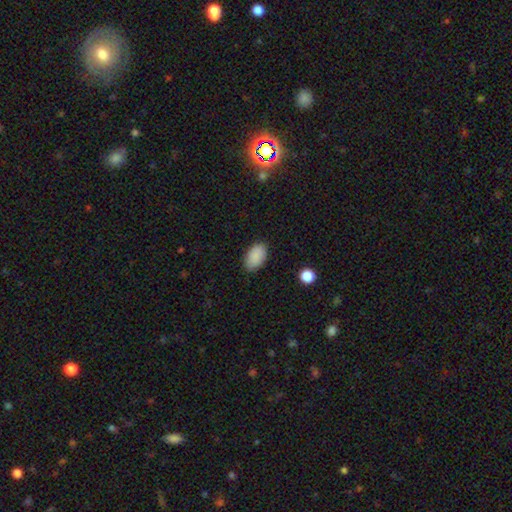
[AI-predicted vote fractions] smooth-or-featured: smooth: 89% | star or artifact: 8% | featured or disk: 4%
  how-rounded: in between: 93% | round: 6% | cigar-shaped: 2%
  merging: none: 85% | minor disturbance: 12% | major disturbance: 2% | merger: 1%